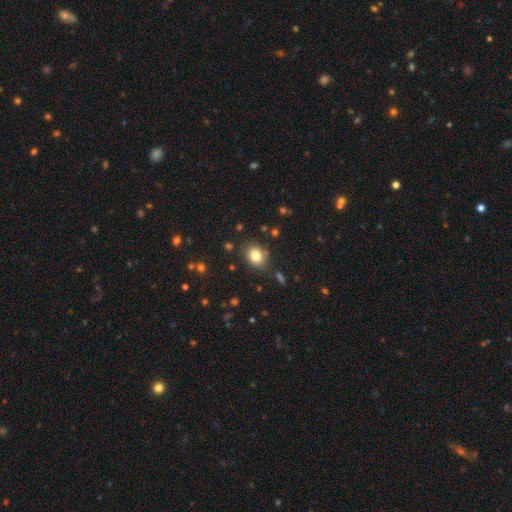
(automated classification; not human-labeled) Morphology: type=smooth (83%); roundness=round (50%); merging=none (82%).